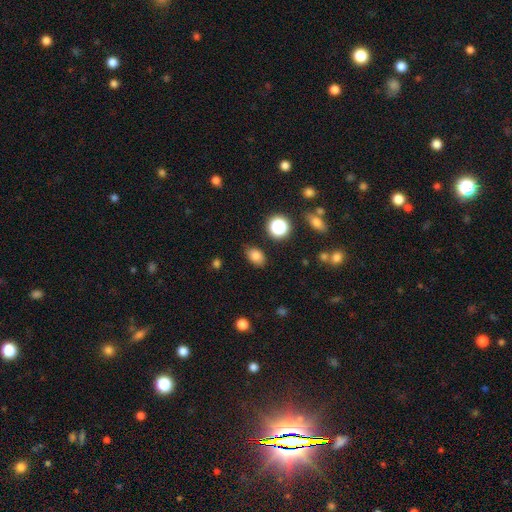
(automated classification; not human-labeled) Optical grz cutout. It shows a smooth galaxy with no disk features (80%) that is in between round and cigar-shaped (77%). Merging: none (81%).